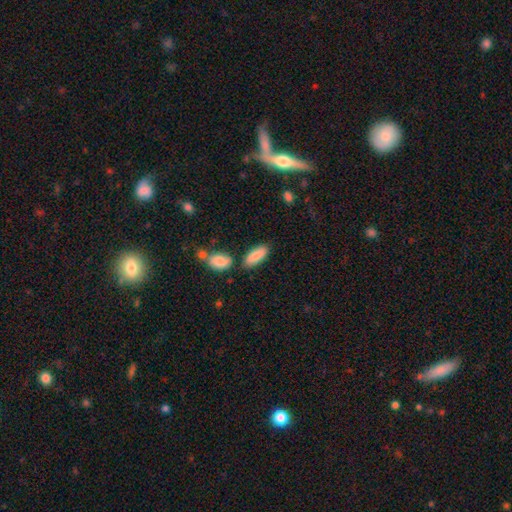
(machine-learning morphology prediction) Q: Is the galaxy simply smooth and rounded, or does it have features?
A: smooth — 85%.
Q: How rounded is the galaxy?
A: in between — 76%.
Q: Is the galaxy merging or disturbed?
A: none — 75%.